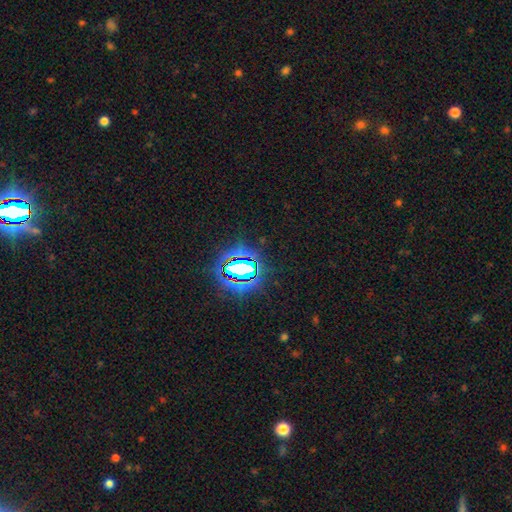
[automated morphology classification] Smooth or featured?
  - star or artifact: 83% *
  - smooth: 11%
  - featured or disk: 7%